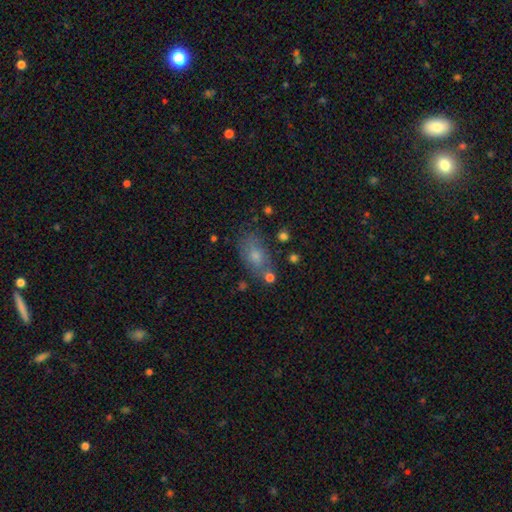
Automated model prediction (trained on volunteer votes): Q: Smooth or featured?
A: smooth (65%); runner-up: featured or disk (23%)
Q: How rounded?
A: in between (86%); runner-up: round (9%)
Q: Merging?
A: none (66%); runner-up: minor disturbance (19%)